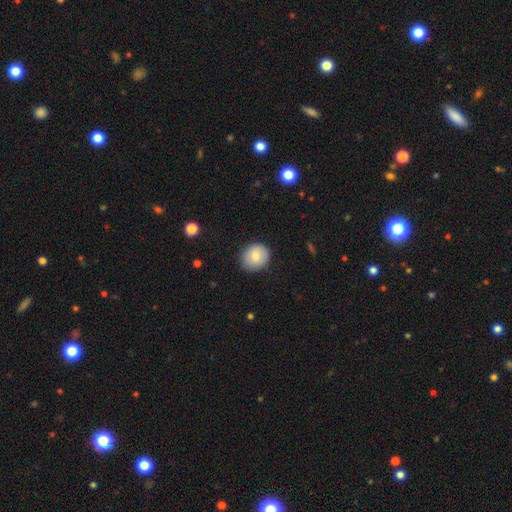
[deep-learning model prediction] This appears to be a smooth galaxy with no disk features (78%) that is round (76%). Merging: none (83%).